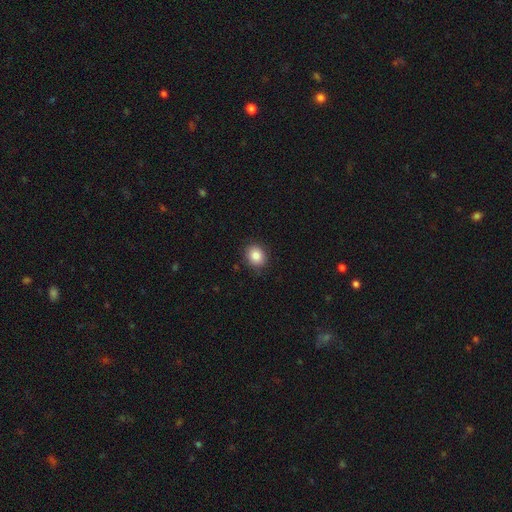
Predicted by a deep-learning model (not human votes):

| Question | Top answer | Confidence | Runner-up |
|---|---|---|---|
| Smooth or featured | smooth | 84% | star or artifact (10%) |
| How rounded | round | 66% | in between (33%) |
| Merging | none | 88% | minor disturbance (8%) |